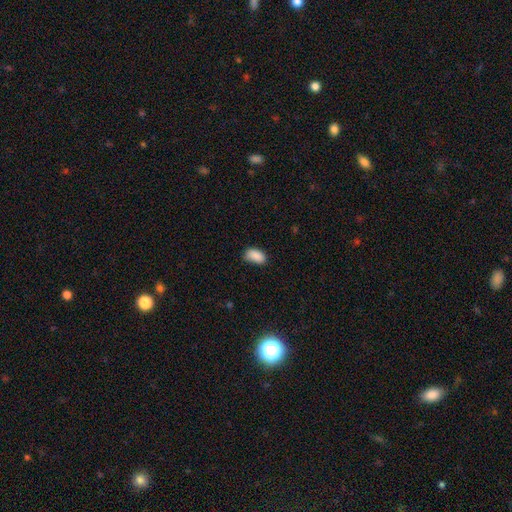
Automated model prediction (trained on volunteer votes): Smooth or featured: smooth — 88% (star or artifact — 8%)
How rounded: in between — 93% (round — 5%)
Merging: none — 70% (minor disturbance — 24%)